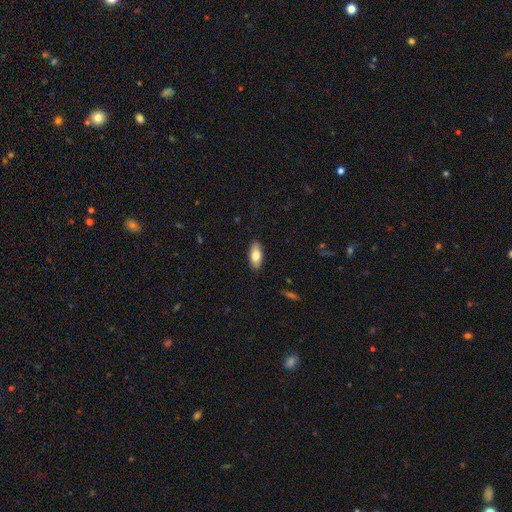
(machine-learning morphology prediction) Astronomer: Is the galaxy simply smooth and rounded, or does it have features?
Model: smooth — 77%.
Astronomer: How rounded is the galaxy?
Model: in between — 86%.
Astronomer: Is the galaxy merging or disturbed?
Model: none — 89%.